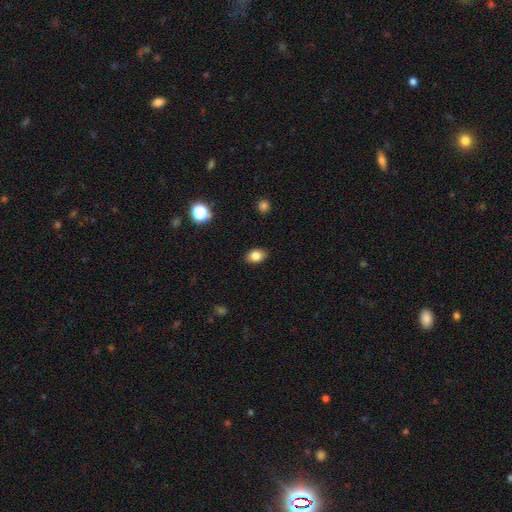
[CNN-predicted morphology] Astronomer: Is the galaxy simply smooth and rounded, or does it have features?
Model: smooth — 83%.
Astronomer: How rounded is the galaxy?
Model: in between — 78%.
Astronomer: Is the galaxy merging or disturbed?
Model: none — 87%.